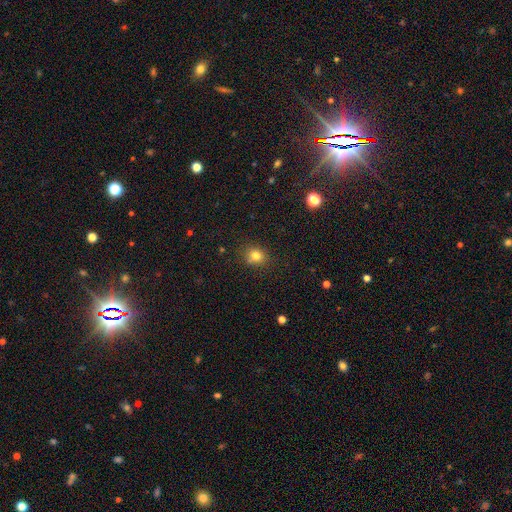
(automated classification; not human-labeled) A smooth galaxy with no disk features (80%) that is round (74%).

Vote fractions:
- Smooth or featured? smooth: 80% / star or artifact: 13% / featured or disk: 7%
- How rounded? round: 74% / in between: 25% / cigar-shaped: 1%
- Merging? none: 81% / minor disturbance: 12% / merger: 4% / major disturbance: 3%